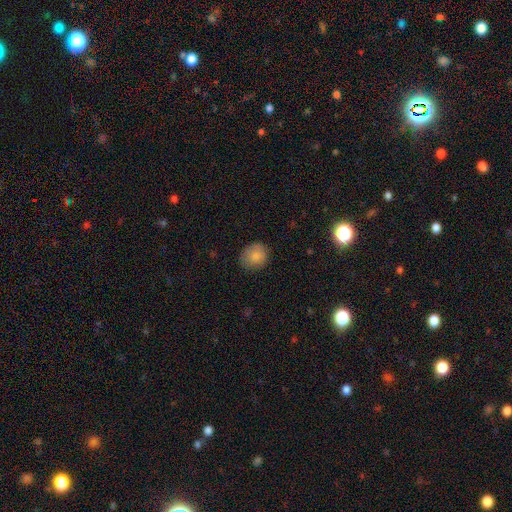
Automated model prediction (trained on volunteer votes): The model was most divided on "how rounded": round: 72%, in between: 27%, cigar-shaped: 1%. More confident: smooth or featured — smooth (85%); merging — none (77%).